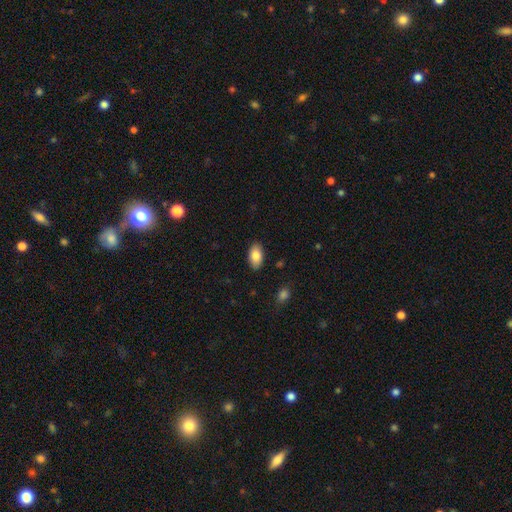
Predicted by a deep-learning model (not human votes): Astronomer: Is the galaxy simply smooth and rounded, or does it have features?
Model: smooth — 84%.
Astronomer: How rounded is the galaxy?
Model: in between — 94%.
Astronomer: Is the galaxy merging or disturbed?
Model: none — 88%.